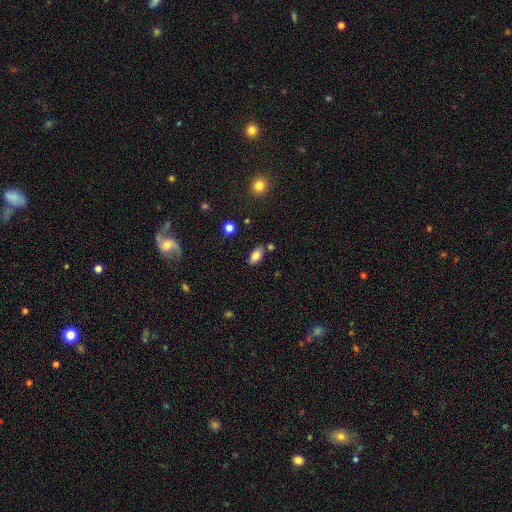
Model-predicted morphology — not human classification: This is clearly a smooth galaxy (82%). How rounded: clearly in between (91%). Merging: likely none (77%).